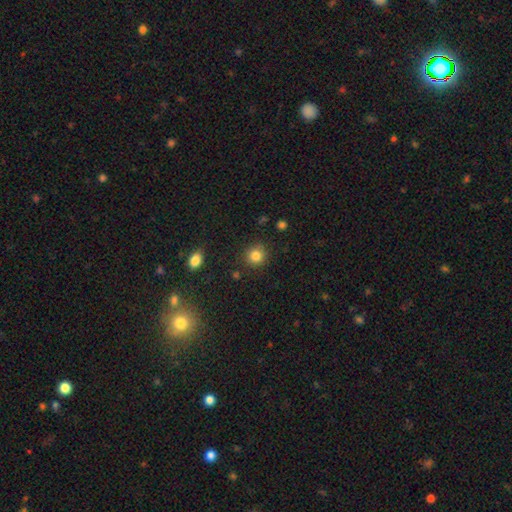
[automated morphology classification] The model was most divided on "smooth or featured": smooth: 84%, star or artifact: 11%, featured or disk: 5%. More confident: how rounded — round (89%); merging — none (86%).